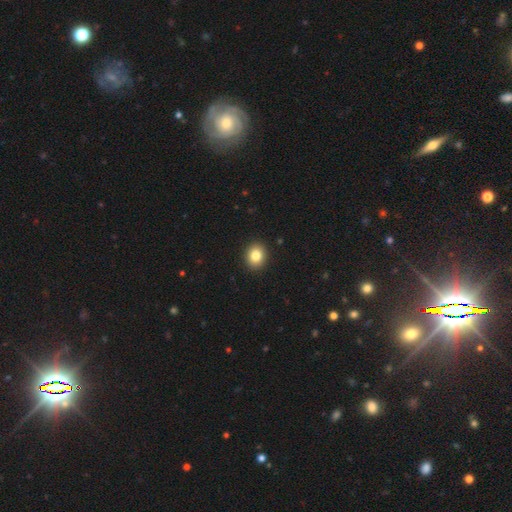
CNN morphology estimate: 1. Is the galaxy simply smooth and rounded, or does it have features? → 83% smooth, 10% star or artifact, 7% featured or disk.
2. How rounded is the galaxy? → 58% round, 41% in between, 1% cigar-shaped.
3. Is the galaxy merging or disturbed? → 92% none, 6% minor disturbance, 2% major disturbance, 1% merger.